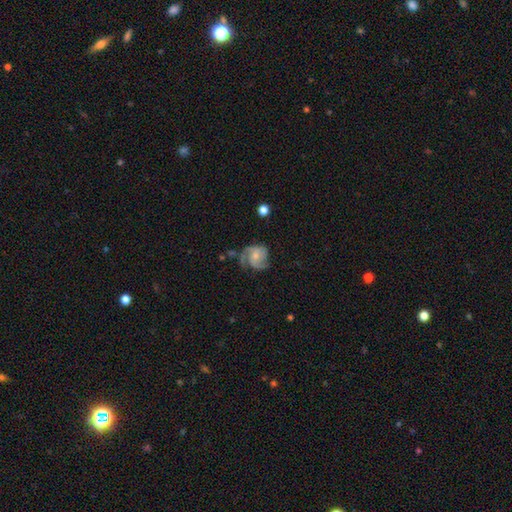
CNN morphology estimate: This appears to be a featured or disk galaxy (78%) with no bar (68%), 2 (46%) medium (45%) spiral arms (95%) and a small central bulge (61%). Merging: none (54%).